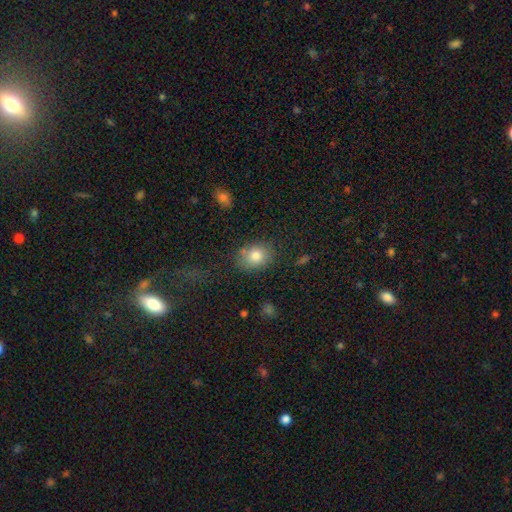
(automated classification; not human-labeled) smooth-or-featured: smooth: 81% | star or artifact: 10% | featured or disk: 9%
  how-rounded: in between: 50% | round: 49% | cigar-shaped: 1%
  merging: none: 77% | minor disturbance: 14% | merger: 4% | major disturbance: 4%